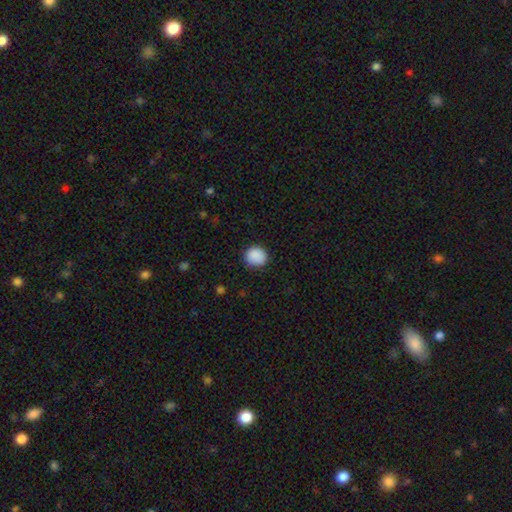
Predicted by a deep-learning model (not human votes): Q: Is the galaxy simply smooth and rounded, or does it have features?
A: smooth — 89%.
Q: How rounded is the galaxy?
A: round — 87%.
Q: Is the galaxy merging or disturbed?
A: none — 85%.